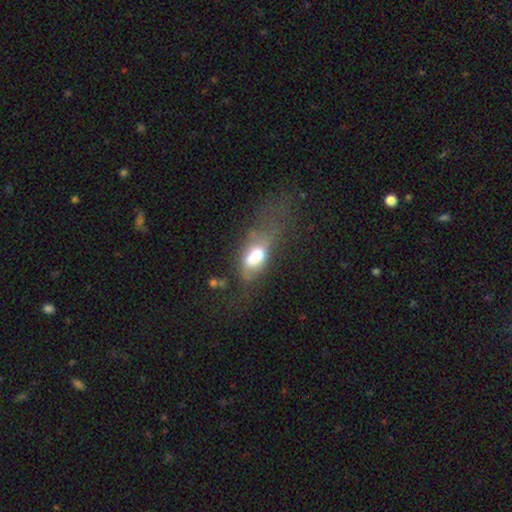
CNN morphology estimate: Smooth or featured: smooth — 56% (featured or disk — 33%)
How rounded: in between — 81% (round — 11%)
Merging: major disturbance — 40% (merger — 23%)